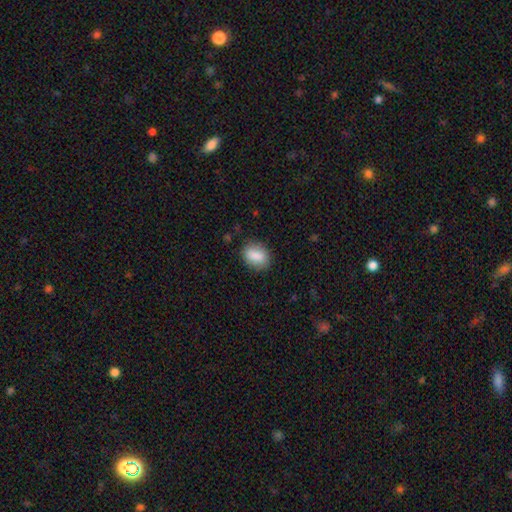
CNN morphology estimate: Q: Smooth or featured?
A: smooth (86%); runner-up: star or artifact (7%)
Q: How rounded?
A: in between (76%); runner-up: round (22%)
Q: Merging?
A: none (83%); runner-up: minor disturbance (13%)